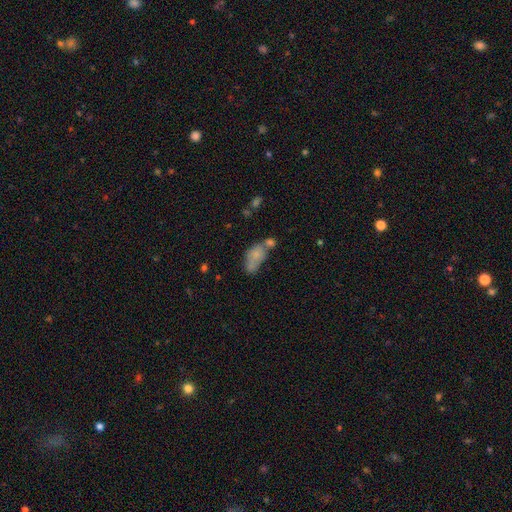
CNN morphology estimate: A smooth galaxy with no disk features (68%) that is in between round and cigar-shaped (83%). Merging: merger (42%).